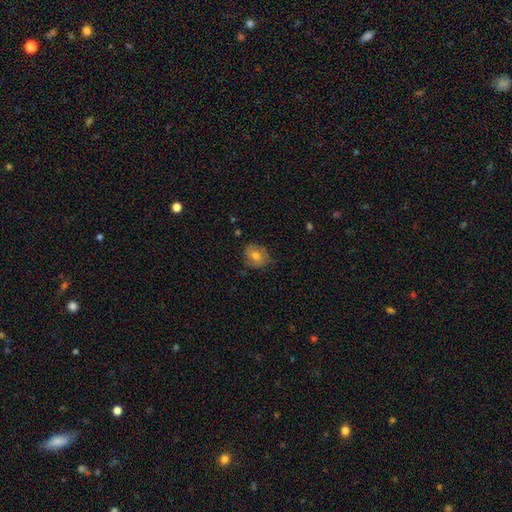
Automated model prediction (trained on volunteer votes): This appears to be a smooth galaxy with no disk features (64%) that is round (60%). Merging: none (69%).